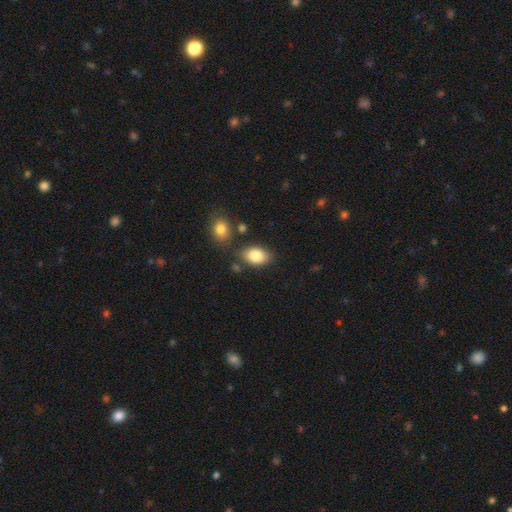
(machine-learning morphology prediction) Overall: smooth (84%). How rounded: in between (87%). Merging: none (76%).